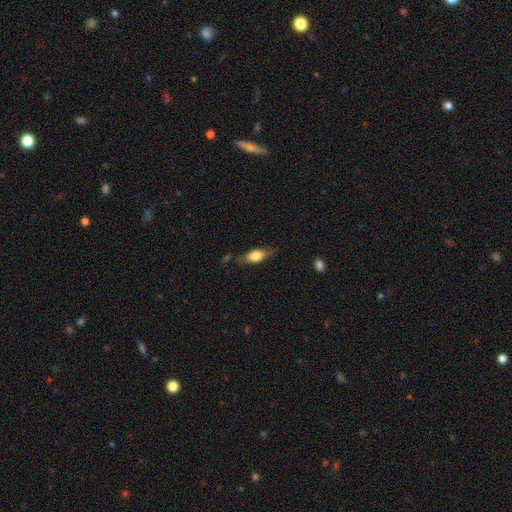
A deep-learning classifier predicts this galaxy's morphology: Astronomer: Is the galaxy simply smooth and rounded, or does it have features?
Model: smooth — 63%.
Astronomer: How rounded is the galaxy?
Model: in between — 73%.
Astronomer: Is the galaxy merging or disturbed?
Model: none — 70%.